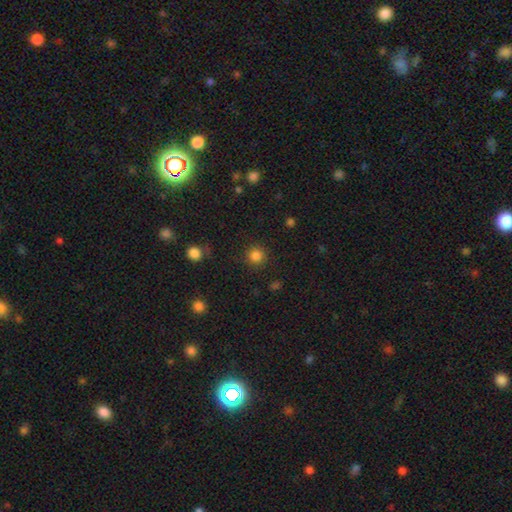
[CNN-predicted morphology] Smooth or featured? smooth (84%)
How rounded? round (94%)
Merging? none (89%)